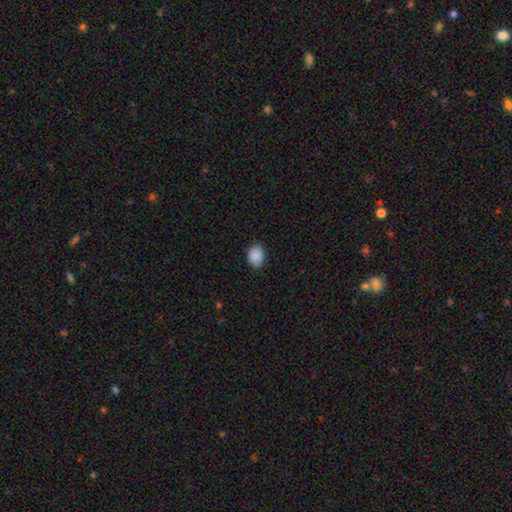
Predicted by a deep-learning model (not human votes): smooth 90%, star or artifact 7%, featured or disk 3%. Down the decision tree: how rounded — in between (68%); merging — none (87%).